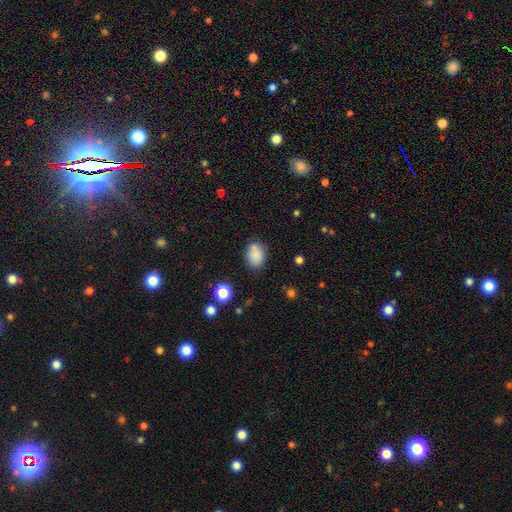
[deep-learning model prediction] Smooth or featured? Predicted: smooth (p=0.83). How rounded? Predicted: in between (p=0.63). Merging? Predicted: none (p=0.68).